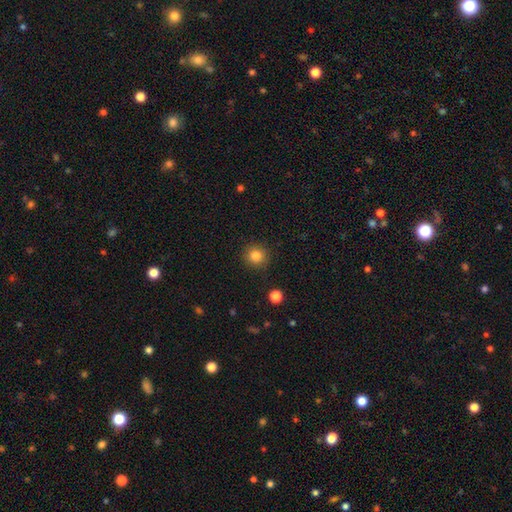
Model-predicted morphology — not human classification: This is clearly a smooth galaxy (84%). How rounded: clearly round (92%). Merging: clearly none (90%).